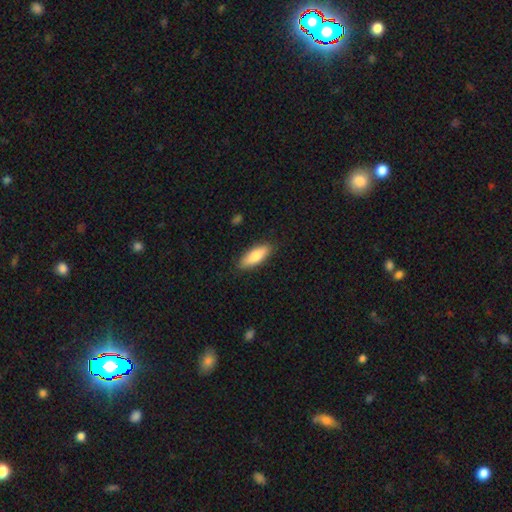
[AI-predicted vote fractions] A smooth galaxy with no disk features (80%) that is in between round and cigar-shaped (61%). Merging: none (87%).